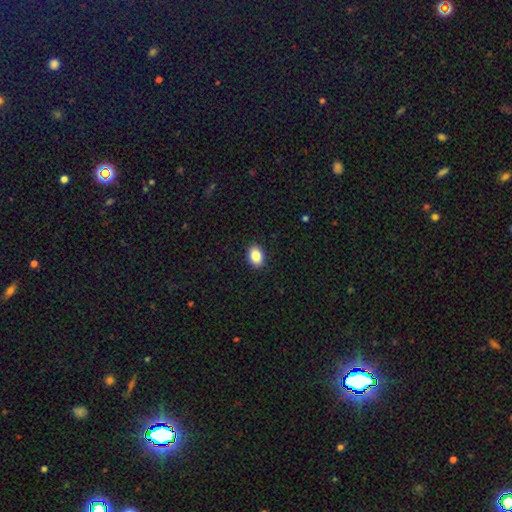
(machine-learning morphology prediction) This is clearly a smooth galaxy (86%). How rounded: clearly in between (80%). Merging: clearly none (91%).